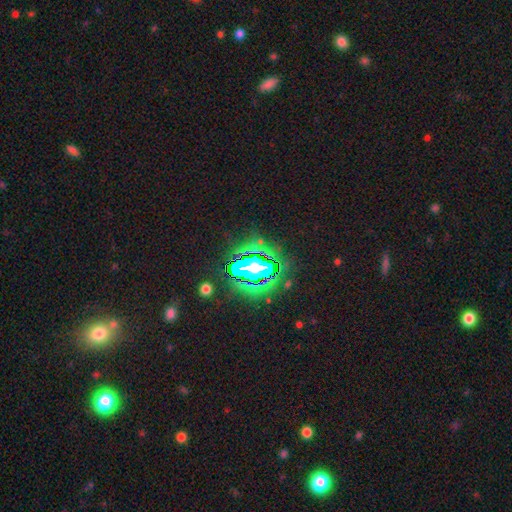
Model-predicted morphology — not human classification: Overall: star or artifact (82%).